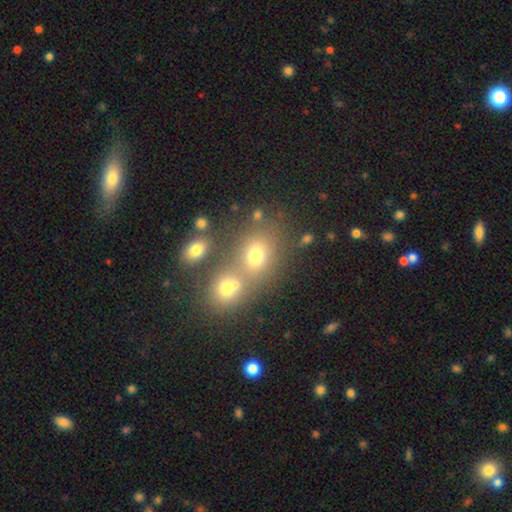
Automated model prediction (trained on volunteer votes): This is likely a smooth galaxy (69%). How rounded: possibly round (52%). Merging: possibly none (46%).